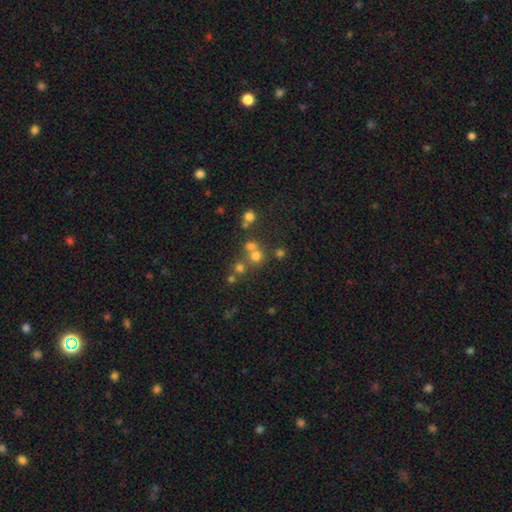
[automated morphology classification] This appears to be a smooth galaxy with no disk features (65%) that is round (90%). Merging: none (57%).